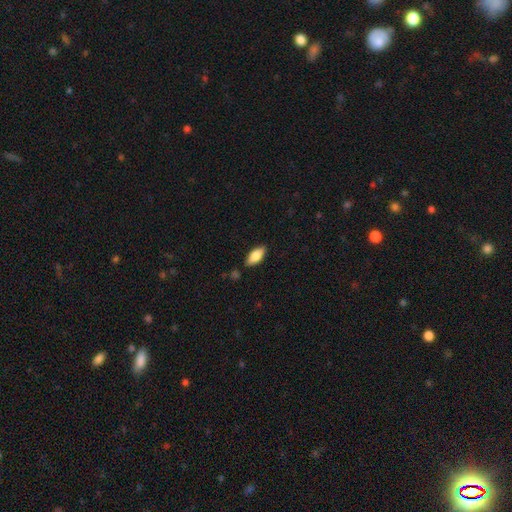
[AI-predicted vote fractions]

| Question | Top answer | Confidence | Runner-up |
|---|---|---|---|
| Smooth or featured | smooth | 81% | featured or disk (13%) |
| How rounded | in between | 85% | cigar-shaped (13%) |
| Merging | none | 84% | minor disturbance (11%) |